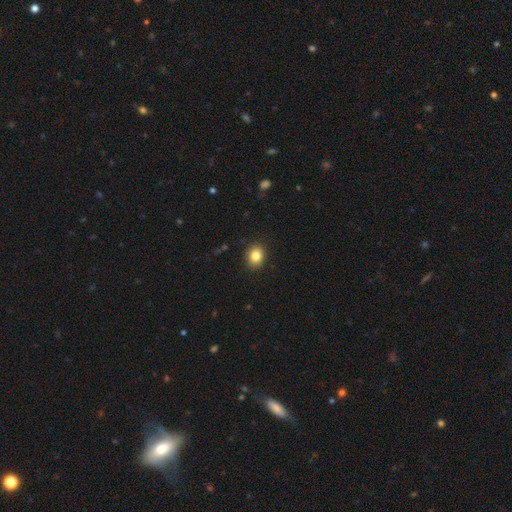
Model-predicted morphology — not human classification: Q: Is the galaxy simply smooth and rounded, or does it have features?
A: smooth — 84%.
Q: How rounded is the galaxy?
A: round — 52%.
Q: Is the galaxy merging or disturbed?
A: none — 90%.